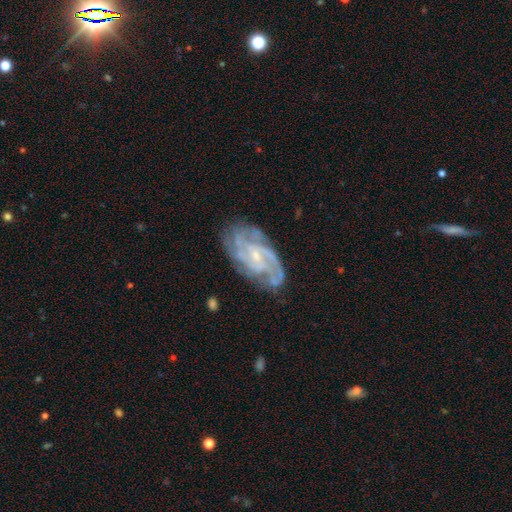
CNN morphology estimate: A featured or disk galaxy (87%) with no bar (51%), 3 (27%) tight (53%) spiral arms (97%) and a small central bulge (73%). Merging: none (74%).